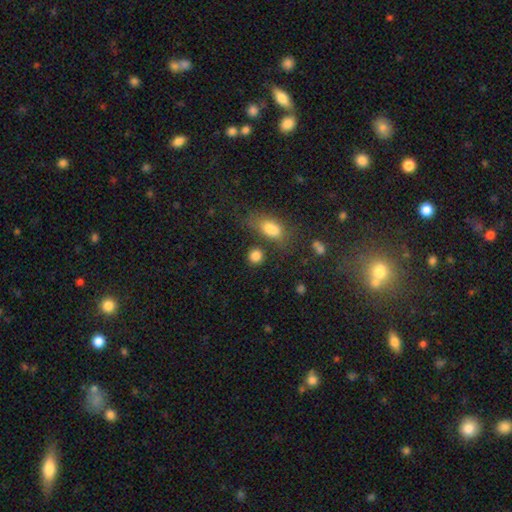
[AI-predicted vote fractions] This is clearly a smooth galaxy (84%). How rounded: clearly round (81%). Merging: likely none (75%).